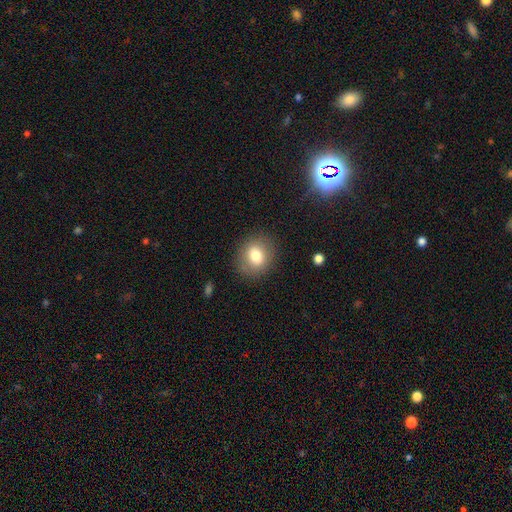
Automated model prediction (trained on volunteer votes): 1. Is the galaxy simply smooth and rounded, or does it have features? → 79% smooth, 12% featured or disk, 9% star or artifact.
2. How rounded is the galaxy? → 64% round, 35% in between, 1% cigar-shaped.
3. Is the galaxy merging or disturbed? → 85% none, 10% minor disturbance, 4% major disturbance, 1% merger.